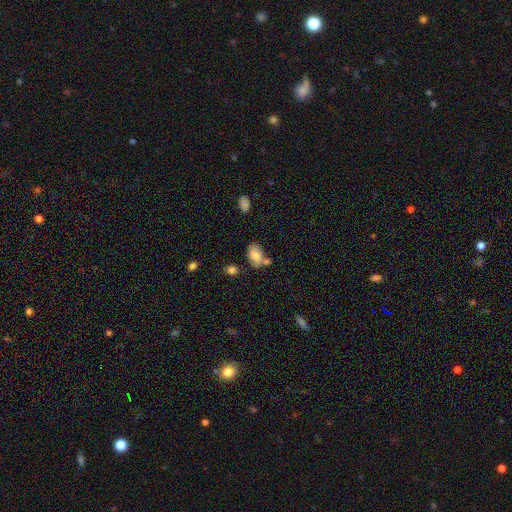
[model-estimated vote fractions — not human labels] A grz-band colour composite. It shows a smooth galaxy with no disk features (80%) that is in between round and cigar-shaped (87%). Merging: none (52%).